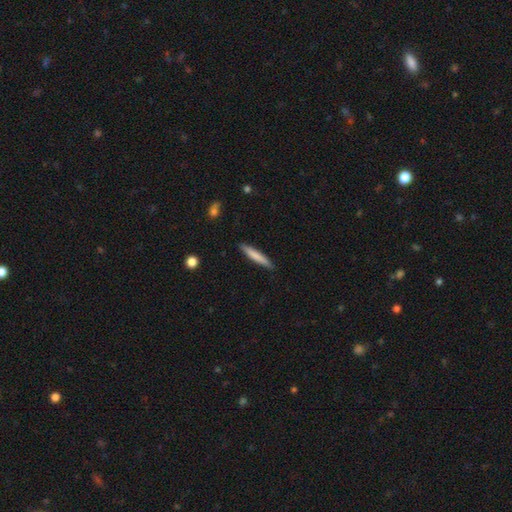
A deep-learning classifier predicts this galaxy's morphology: Smooth or featured: smooth — 75% (featured or disk — 19%)
How rounded: cigar-shaped — 93% (in between — 6%)
Merging: none — 89% (minor disturbance — 8%)